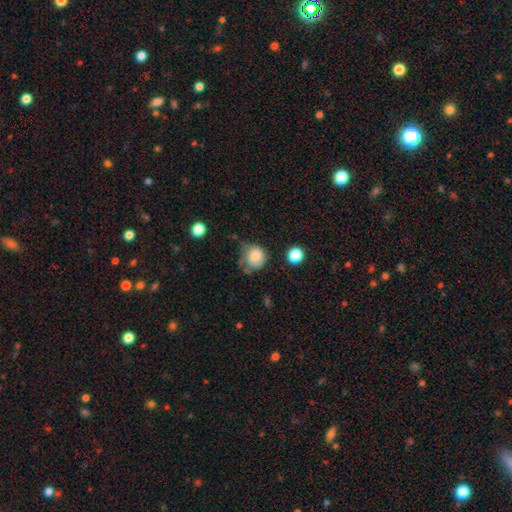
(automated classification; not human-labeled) smooth-or-featured: smooth: 79% | featured or disk: 12% | star or artifact: 9%
  how-rounded: round: 82% | in between: 17% | cigar-shaped: 1%
  merging: none: 45% | minor disturbance: 34% | major disturbance: 15% | merger: 5%